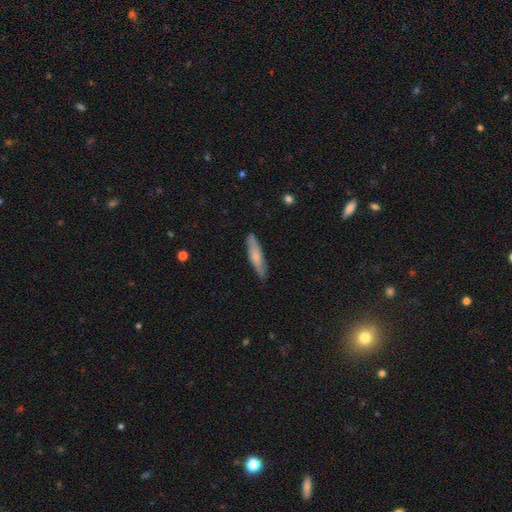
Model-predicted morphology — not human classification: Smooth or featured? Predicted: smooth (p=0.66). How rounded? Predicted: cigar-shaped (p=0.84). Merging? Predicted: none (p=0.85).